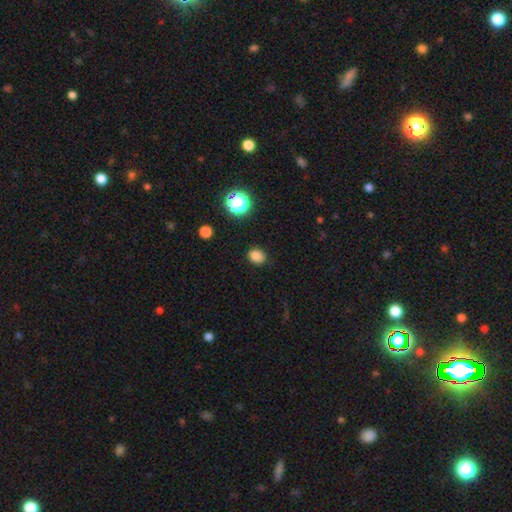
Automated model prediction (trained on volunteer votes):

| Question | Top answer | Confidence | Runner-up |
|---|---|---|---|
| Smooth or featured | smooth | 81% | star or artifact (14%) |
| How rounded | round | 55% | in between (44%) |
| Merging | none | 82% | minor disturbance (14%) |